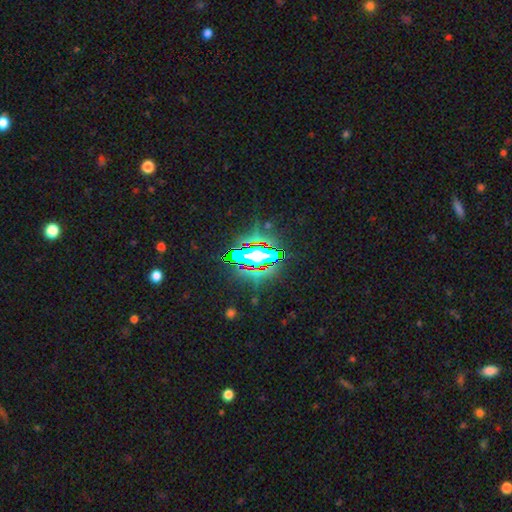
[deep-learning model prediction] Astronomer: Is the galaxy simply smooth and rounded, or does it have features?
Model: star or artifact — 73%.